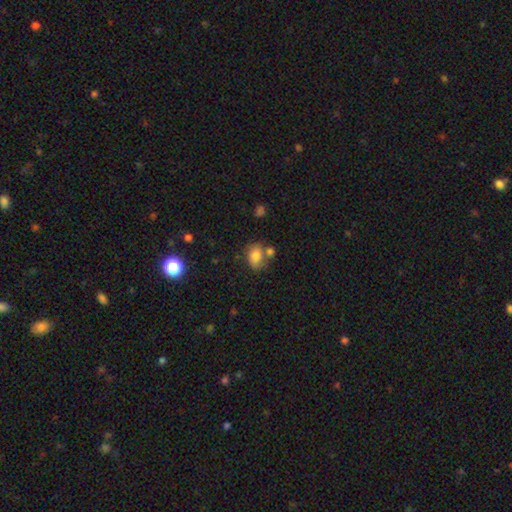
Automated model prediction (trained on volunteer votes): Smooth or featured?
  - smooth: 77% *
  - featured or disk: 13%
  - star or artifact: 10%
How rounded?
  - in between: 61% *
  - round: 38%
  - cigar-shaped: 1%
Merging?
  - none: 53% *
  - merger: 23%
  - minor disturbance: 18%
  - major disturbance: 6%